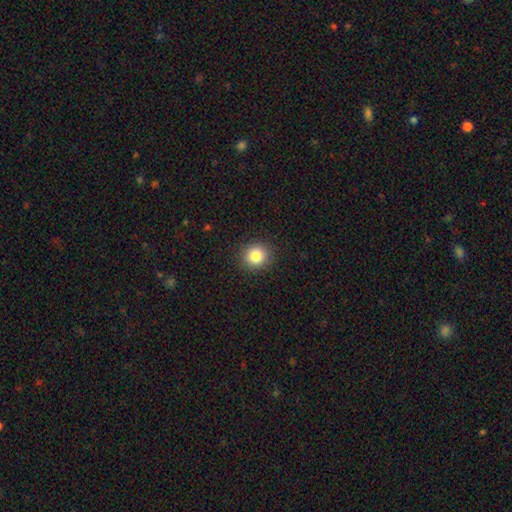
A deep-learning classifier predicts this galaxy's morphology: This appears to be a smooth galaxy with no disk features (83%) that is round (91%). Merging: none (91%).